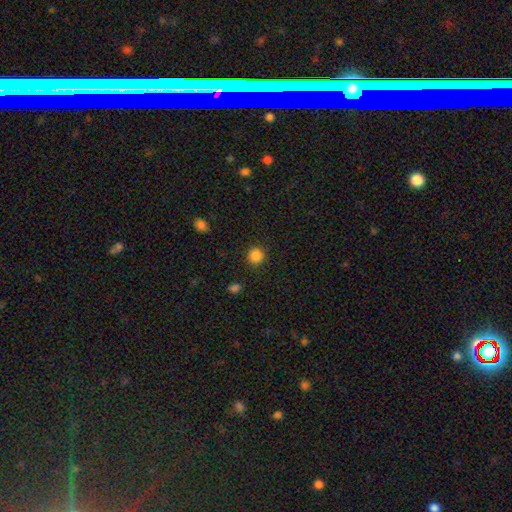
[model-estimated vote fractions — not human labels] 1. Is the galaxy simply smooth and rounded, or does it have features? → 86% smooth, 11% star or artifact, 3% featured or disk.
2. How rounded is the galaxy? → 90% round, 9% in between, 1% cigar-shaped.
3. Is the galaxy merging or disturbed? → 89% none, 7% minor disturbance, 3% major disturbance, 2% merger.